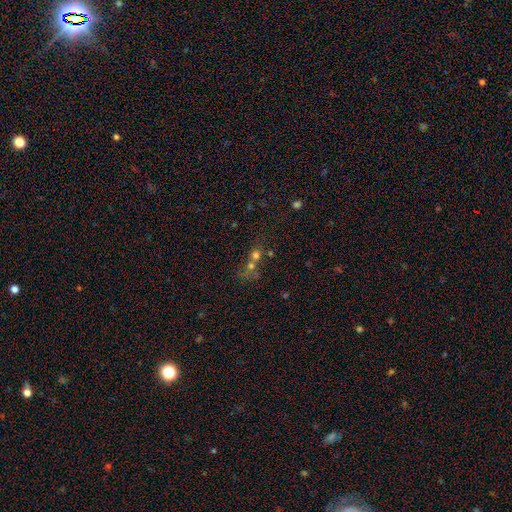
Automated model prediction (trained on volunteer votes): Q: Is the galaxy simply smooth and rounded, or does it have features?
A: smooth — 56%.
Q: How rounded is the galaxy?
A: round — 80%.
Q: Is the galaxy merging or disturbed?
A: merger — 55%.